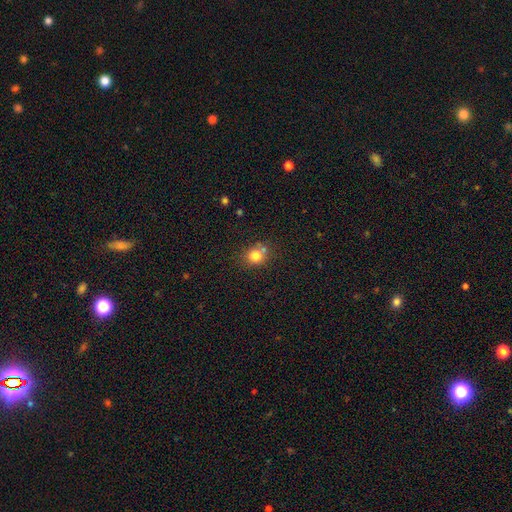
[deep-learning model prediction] smooth-or-featured: smooth: 79% | star or artifact: 13% | featured or disk: 8%
  how-rounded: round: 79% | in between: 20% | cigar-shaped: 1%
  merging: none: 63% | merger: 19% | minor disturbance: 13% | major disturbance: 4%